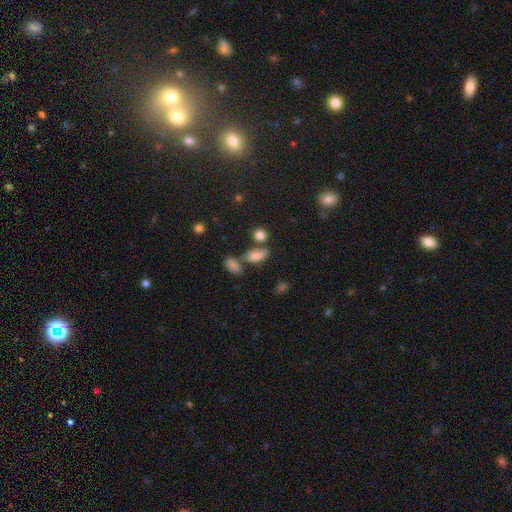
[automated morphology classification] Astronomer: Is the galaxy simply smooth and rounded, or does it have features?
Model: smooth — 78%.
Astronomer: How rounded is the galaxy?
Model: in between — 79%.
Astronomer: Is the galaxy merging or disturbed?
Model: none — 55%.